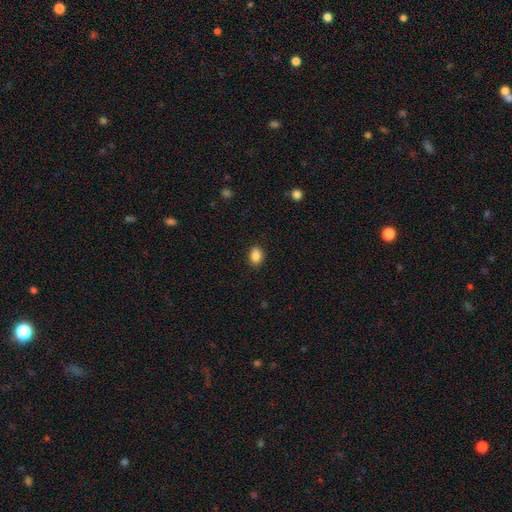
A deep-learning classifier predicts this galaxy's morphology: A smooth galaxy with no disk features (87%) that is in between round and cigar-shaped (75%).

Vote fractions:
- Smooth or featured? smooth: 87% / star or artifact: 9% / featured or disk: 4%
- How rounded? in between: 75% / round: 24% / cigar-shaped: 1%
- Merging? none: 88% / minor disturbance: 9% / major disturbance: 2% / merger: 1%